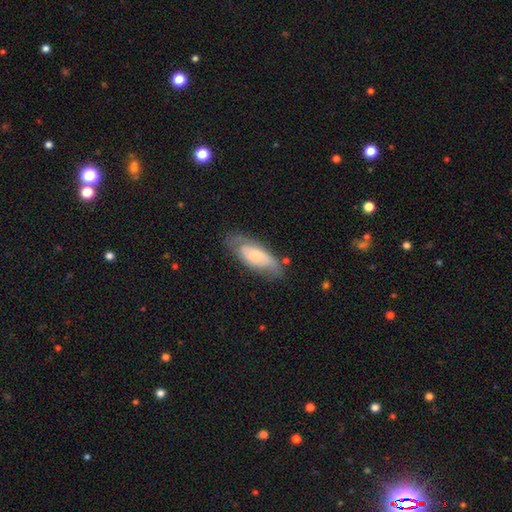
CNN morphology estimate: Smooth or featured: featured or disk — 55% (smooth — 38%)
Edge-on disk: no — 85% (yes — 15%)
Merging: none — 67% (minor disturbance — 23%)